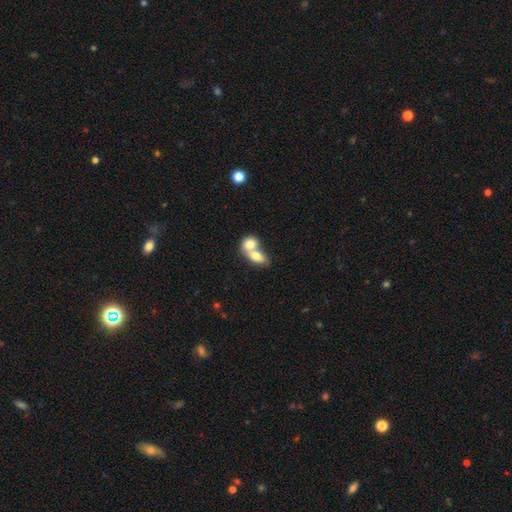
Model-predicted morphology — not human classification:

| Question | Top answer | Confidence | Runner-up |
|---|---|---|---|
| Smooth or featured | smooth | 73% | featured or disk (20%) |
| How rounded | in between | 68% | round (29%) |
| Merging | merger | 79% | none (14%) |